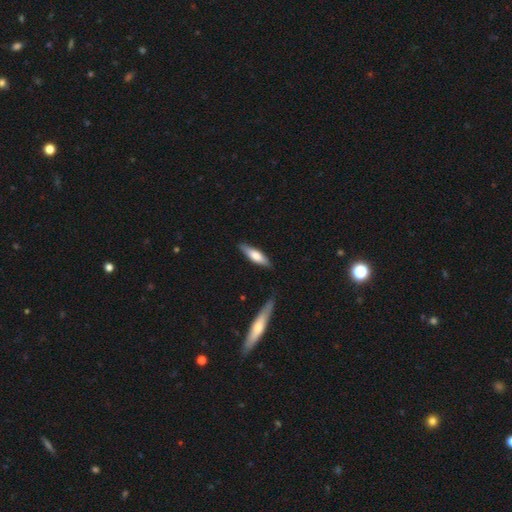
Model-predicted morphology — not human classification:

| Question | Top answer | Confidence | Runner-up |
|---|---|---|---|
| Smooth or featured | smooth | 61% | featured or disk (34%) |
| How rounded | cigar-shaped | 66% | in between (33%) |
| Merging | none | 83% | minor disturbance (13%) |